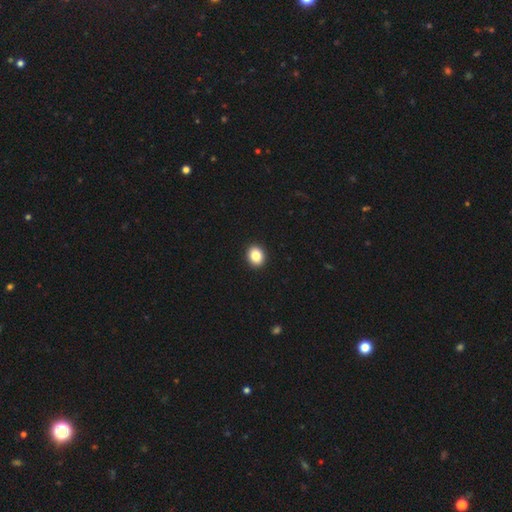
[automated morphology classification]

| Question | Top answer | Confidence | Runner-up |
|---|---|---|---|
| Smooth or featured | smooth | 85% | star or artifact (9%) |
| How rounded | round | 60% | in between (39%) |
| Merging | none | 93% | minor disturbance (4%) |